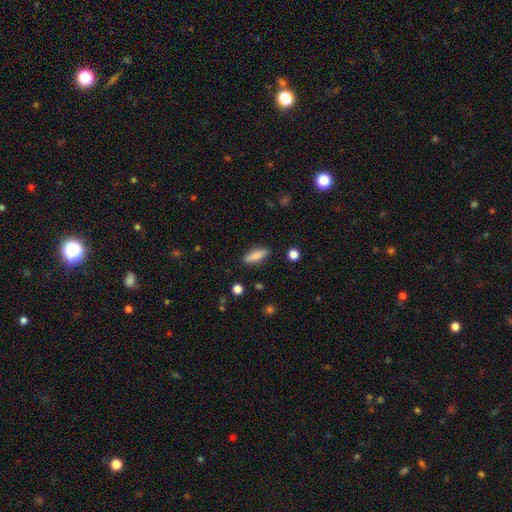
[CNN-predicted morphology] Q: Smooth or featured?
A: smooth (82%); runner-up: featured or disk (11%)
Q: How rounded?
A: cigar-shaped (50%); runner-up: in between (47%)
Q: Merging?
A: none (87%); runner-up: minor disturbance (9%)